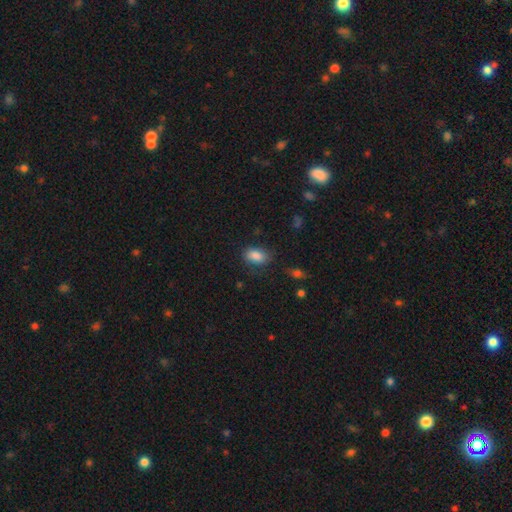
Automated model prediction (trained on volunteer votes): The model was most divided on "merging": none: 75%, minor disturbance: 18%, major disturbance: 5%, merger: 2%. More confident: how rounded — in between (88%); smooth or featured — smooth (86%).